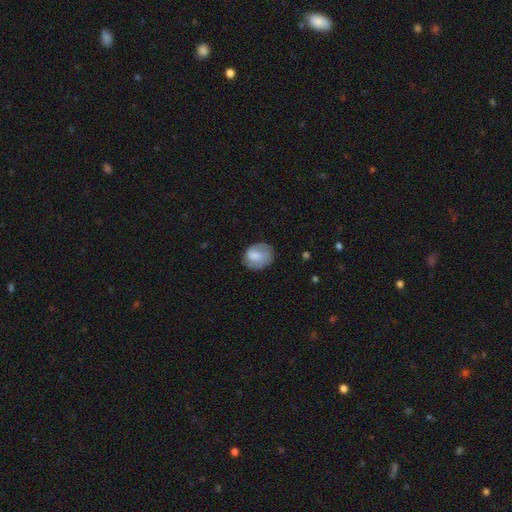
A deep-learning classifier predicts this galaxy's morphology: smooth-or-featured: smooth: 70% | featured or disk: 22% | star or artifact: 7%
  how-rounded: round: 60% | in between: 39% | cigar-shaped: 1%
  merging: none: 66% | minor disturbance: 23% | major disturbance: 9% | merger: 1%